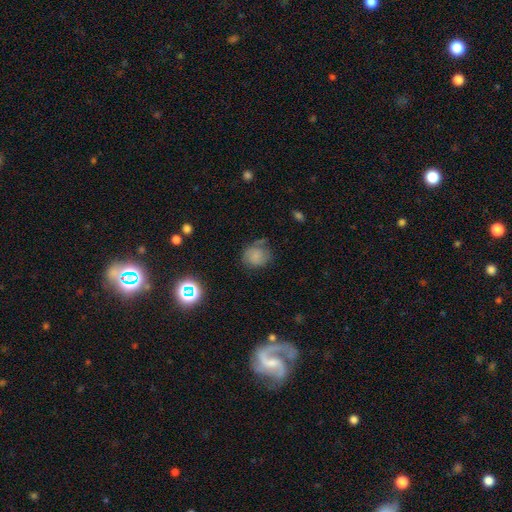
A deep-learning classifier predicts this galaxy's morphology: Overall: smooth (69%). How rounded: round (79%). Merging: none (59%; minor disturbance 26%).